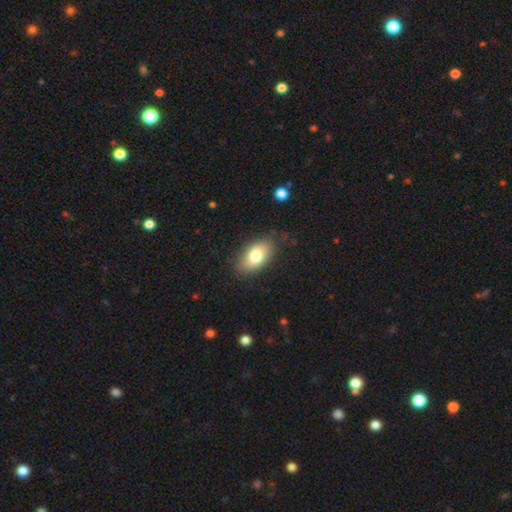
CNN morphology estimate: Smooth or featured? Predicted: smooth (p=0.77). How rounded? Predicted: in between (p=0.92). Merging? Predicted: none (p=0.82).